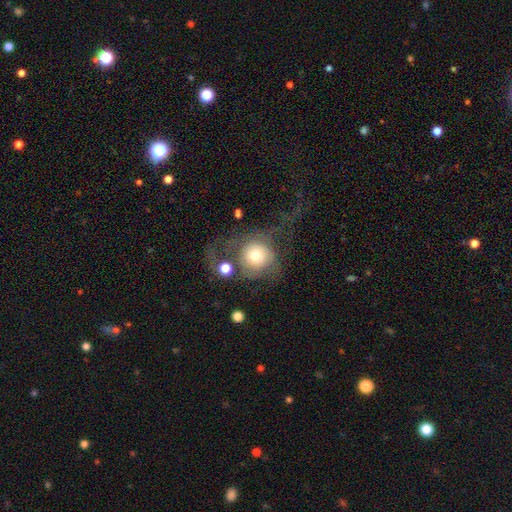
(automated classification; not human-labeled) This appears to be a smooth galaxy with no disk features (62%) that is round (89%). Merging: major disturbance (46%).